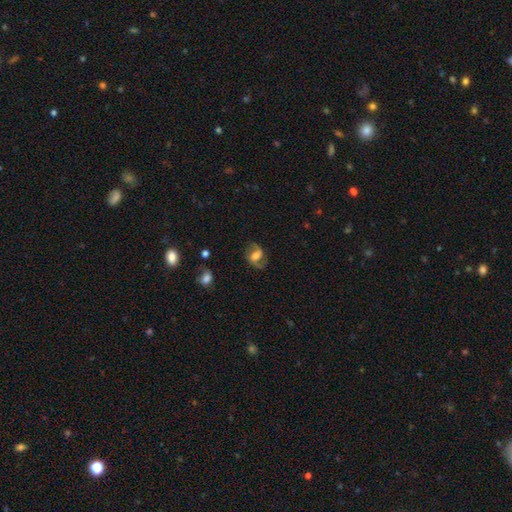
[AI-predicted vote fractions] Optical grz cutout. It shows a featured or disk galaxy (69%) with a weak bar (45%), 2 (88%) medium (45%) spiral arms (90%) and a moderate central bulge (43%). Merging: none (70%).